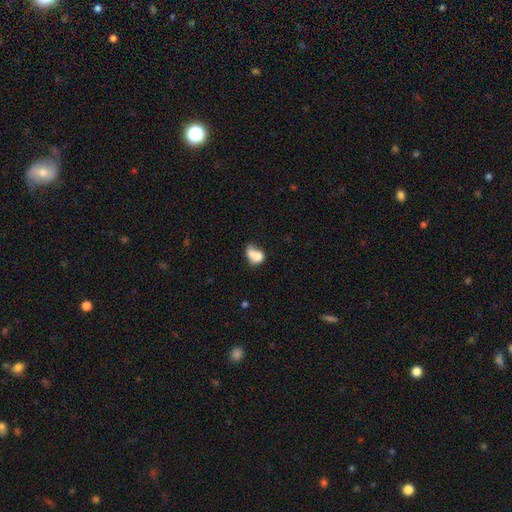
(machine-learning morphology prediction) Smooth or featured?
  - smooth: 70% *
  - featured or disk: 21%
  - star or artifact: 9%
How rounded?
  - in between: 62% *
  - round: 36%
  - cigar-shaped: 2%
Merging?
  - merger: 60% *
  - none: 18%
  - minor disturbance: 11%
  - major disturbance: 11%